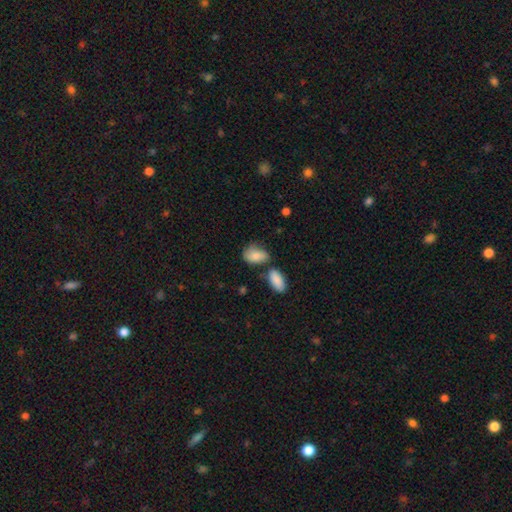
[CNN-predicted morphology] Q: Smooth or featured?
A: smooth (82%); runner-up: featured or disk (11%)
Q: How rounded?
A: in between (90%); runner-up: round (8%)
Q: Merging?
A: none (46%); runner-up: minor disturbance (26%)